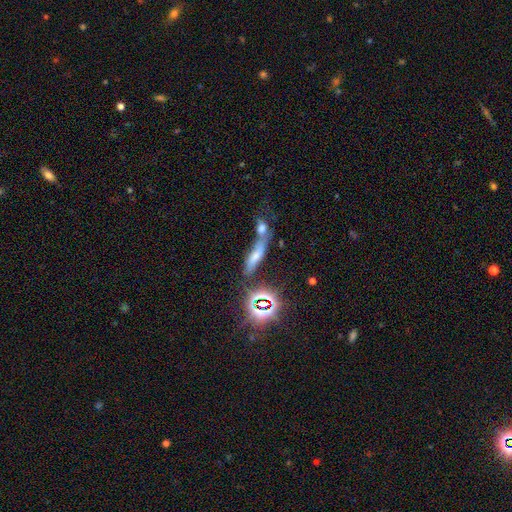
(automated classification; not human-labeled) A smooth galaxy with no disk features (53%) that is cigar-shaped (56%).

Vote fractions:
- Smooth or featured? smooth: 53% / star or artifact: 27% / featured or disk: 20%
- How rounded? cigar-shaped: 56% / in between: 38% / round: 6%
- Merging? merger: 43% / none: 36% / minor disturbance: 13% / major disturbance: 8%